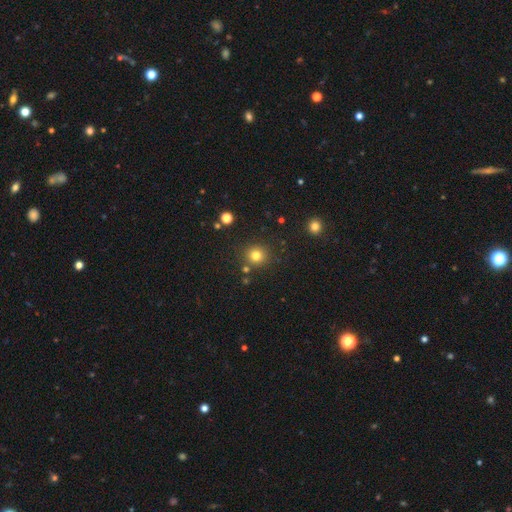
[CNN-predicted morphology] A smooth galaxy with no disk features (79%) that is round (92%).

Vote fractions:
- Smooth or featured? smooth: 79% / star or artifact: 15% / featured or disk: 6%
- How rounded? round: 92% / in between: 7% / cigar-shaped: 1%
- Merging? none: 85% / minor disturbance: 7% / merger: 5% / major disturbance: 3%